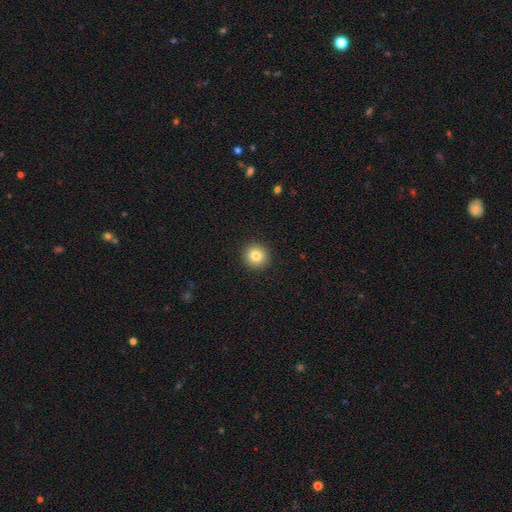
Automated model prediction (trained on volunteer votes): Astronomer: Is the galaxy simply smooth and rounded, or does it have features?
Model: smooth — 83%.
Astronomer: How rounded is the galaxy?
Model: round — 93%.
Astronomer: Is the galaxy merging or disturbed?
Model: none — 92%.